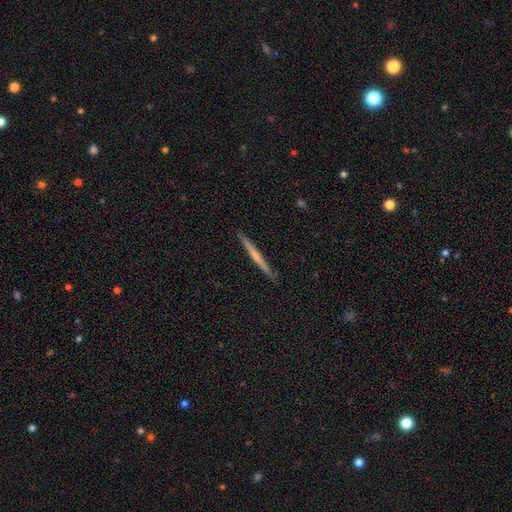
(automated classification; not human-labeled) This is likely a featured or disk galaxy (61%). It is clearly viewed edge-on (98%). Edge-on bulge: possibly none (53%). Merging: clearly none (91%).